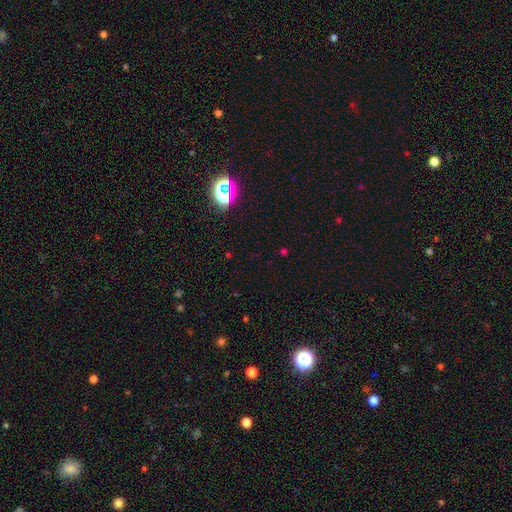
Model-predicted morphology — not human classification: A star or artifact, not a galaxy (67%).

Vote fractions:
- Smooth or featured? star or artifact: 67% / smooth: 26% / featured or disk: 7%